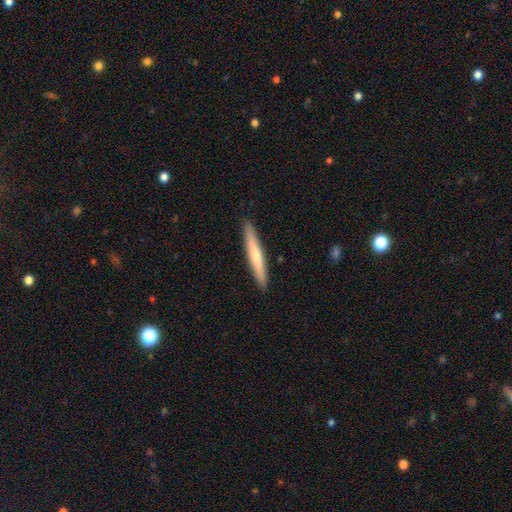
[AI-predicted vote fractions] Smooth or featured? smooth (55%)
How rounded? cigar-shaped (95%)
Merging? none (92%)